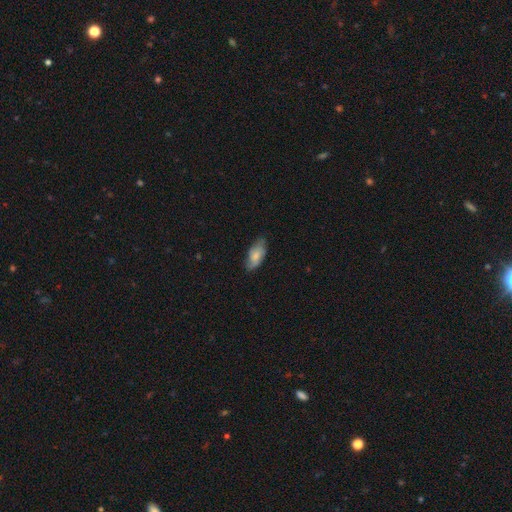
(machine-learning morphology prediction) Smooth or featured? Predicted: smooth (p=0.67). How rounded? Predicted: in between (p=0.88). Merging? Predicted: none (p=0.73).